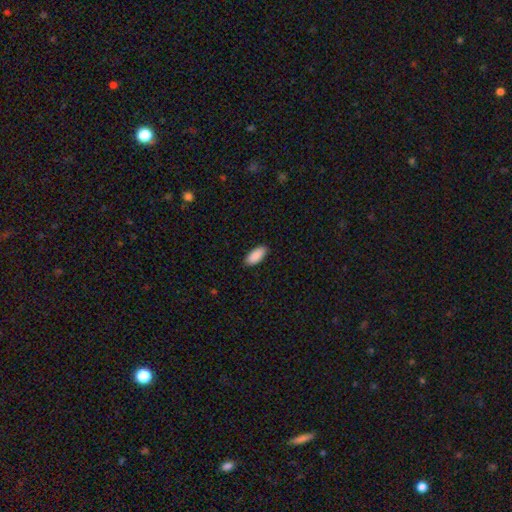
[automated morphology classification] A smooth galaxy with no disk features (91%) that is in between round and cigar-shaped (91%).

Vote fractions:
- Smooth or featured? smooth: 91% / star or artifact: 6% / featured or disk: 3%
- How rounded? in between: 91% / cigar-shaped: 8% / round: 2%
- Merging? none: 89% / minor disturbance: 8% / major disturbance: 2% / merger: 1%